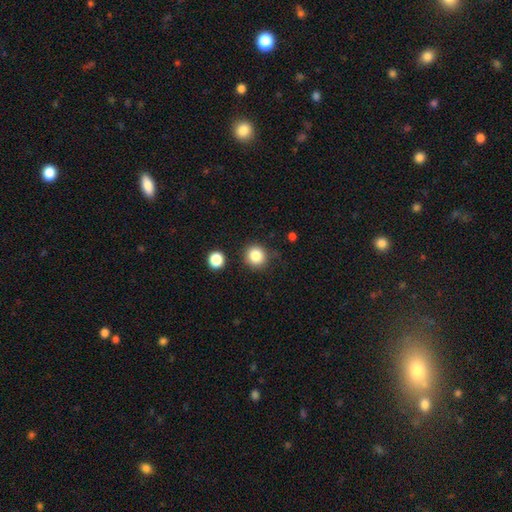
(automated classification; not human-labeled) A smooth galaxy with no disk features (84%) that is round (92%). Merging: none (83%).